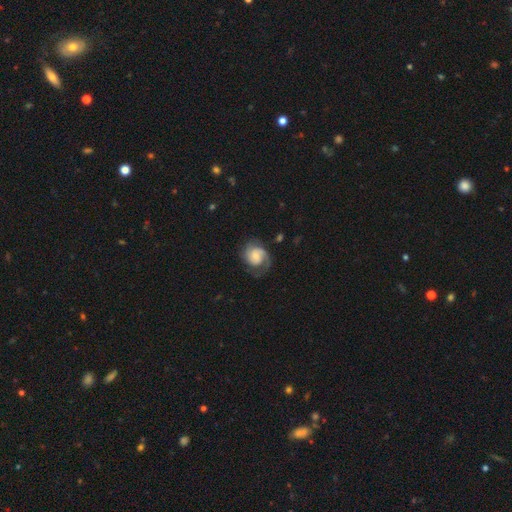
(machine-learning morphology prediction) A featured or disk galaxy (74%) with no bar (64%), 2 (56%) medium (41%) spiral arms (94%) and a small central bulge (48%). Merging: none (62%).